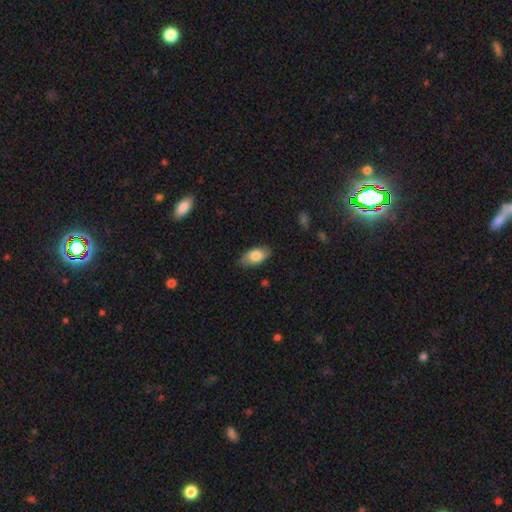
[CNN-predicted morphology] Smooth or featured: smooth — 78% (featured or disk — 16%)
How rounded: in between — 92% (cigar-shaped — 4%)
Merging: none — 83% (minor disturbance — 13%)